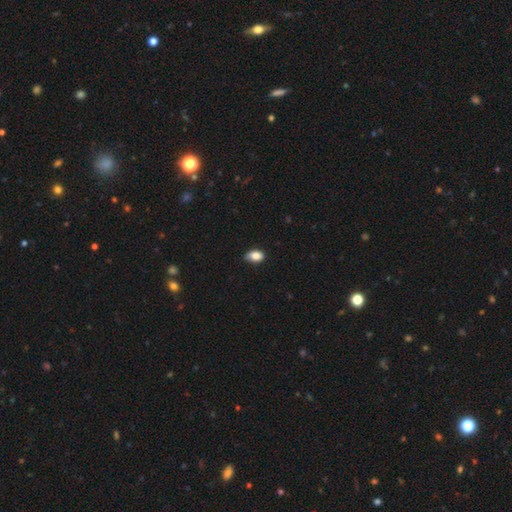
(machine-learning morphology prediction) Smooth or featured? Predicted: smooth (p=0.85). How rounded? Predicted: in between (p=0.88). Merging? Predicted: none (p=0.72).